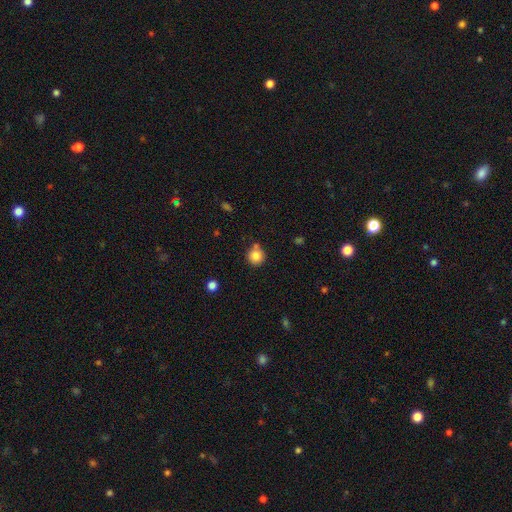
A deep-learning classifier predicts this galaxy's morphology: Smooth or featured? Predicted: smooth (p=0.83). How rounded? Predicted: round (p=0.93). Merging? Predicted: none (p=0.72).